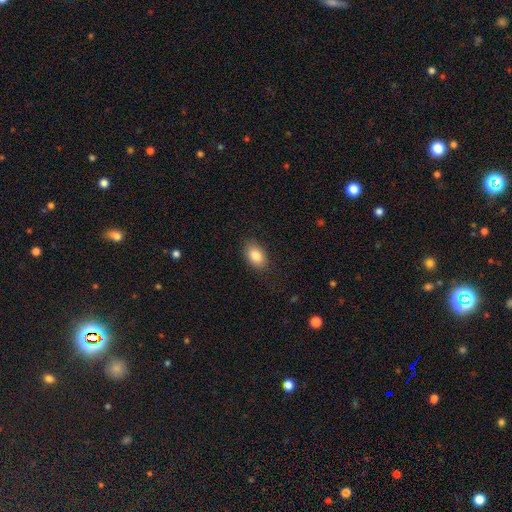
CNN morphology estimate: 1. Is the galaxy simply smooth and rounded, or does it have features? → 85% smooth, 8% star or artifact, 7% featured or disk.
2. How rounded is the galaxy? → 89% in between, 9% round, 2% cigar-shaped.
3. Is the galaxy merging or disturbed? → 86% none, 11% minor disturbance, 3% major disturbance, 1% merger.